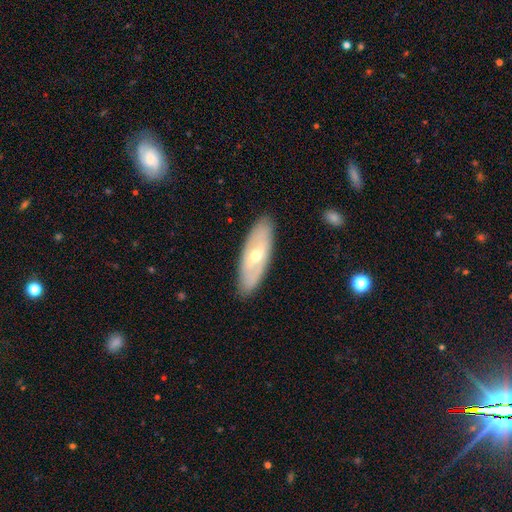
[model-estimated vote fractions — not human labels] This is likely a featured or disk galaxy (63%). It is likely not viewed edge-on (72%). Merging: clearly none (87%).